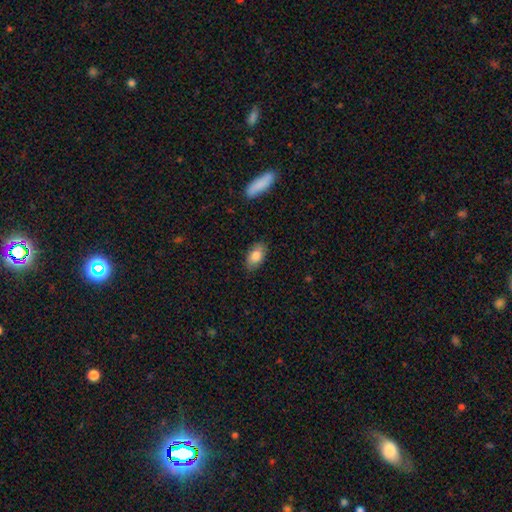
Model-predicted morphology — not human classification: This is clearly a smooth galaxy (83%). How rounded: clearly in between (92%). Merging: clearly none (84%).